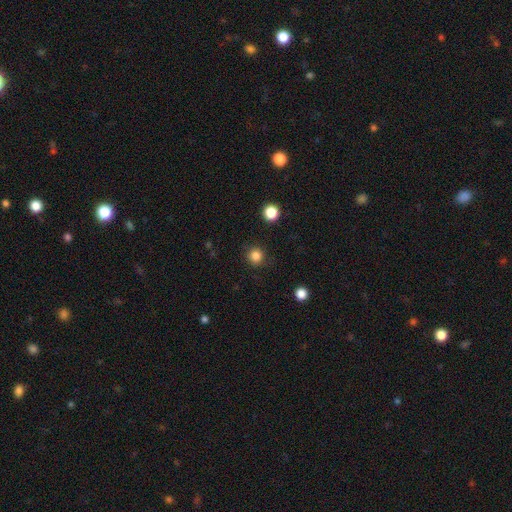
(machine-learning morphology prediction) Smooth or featured? Predicted: smooth (p=0.84). How rounded? Predicted: round (p=0.94). Merging? Predicted: none (p=0.87).